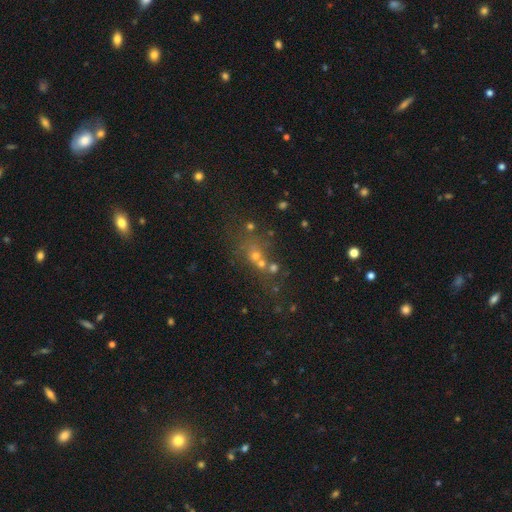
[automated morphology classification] Overall: star or artifact (44%; smooth 35%).